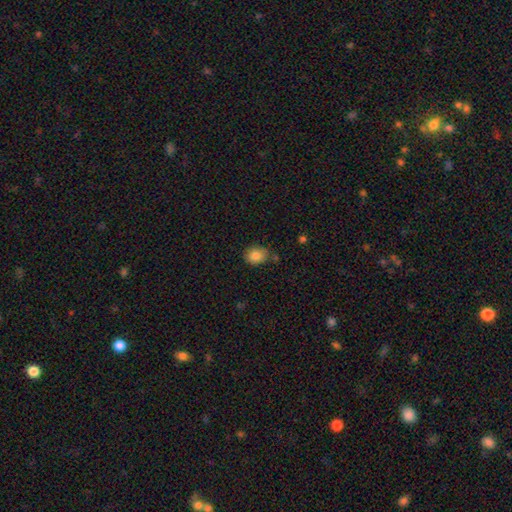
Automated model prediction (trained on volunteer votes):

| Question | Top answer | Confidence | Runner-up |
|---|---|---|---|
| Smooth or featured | smooth | 83% | star or artifact (9%) |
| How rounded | round | 53% | in between (46%) |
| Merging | none | 75% | minor disturbance (16%) |